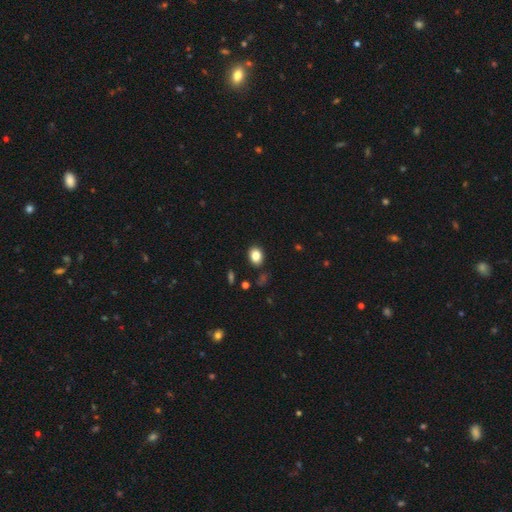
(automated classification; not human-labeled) Smooth or featured?
  - smooth: 85% *
  - star or artifact: 9%
  - featured or disk: 6%
How rounded?
  - in between: 62% *
  - round: 37%
  - cigar-shaped: 1%
Merging?
  - none: 86% *
  - minor disturbance: 9%
  - major disturbance: 2%
  - merger: 2%